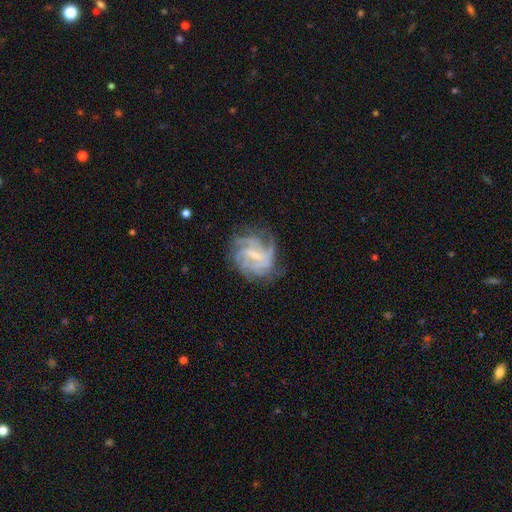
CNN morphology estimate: Smooth or featured?
  - featured or disk: 81% *
  - smooth: 10%
  - star or artifact: 8%
Edge-on disk?
  - no: 98% *
  - yes: 2%
Bar?
  - weak: 55% *
  - no: 28%
  - strong: 17%
Spiral arms?
  - yes: 93% *
  - no: 7%
Spiral winding?
  - tight: 46% *
  - medium: 40%
  - loose: 14%
Spiral arm count?
  - 4: 32% *
  - can't tell: 29%
  - 3: 14%
  - more than 4: 10%
  - 2: 8%
  - 1: 6%
Bulge size?
  - small: 53% *
  - moderate: 24%
  - none: 19%
  - large: 2%
  - dominant: 1%
Merging?
  - none: 68% *
  - minor disturbance: 18%
  - major disturbance: 12%
  - merger: 2%